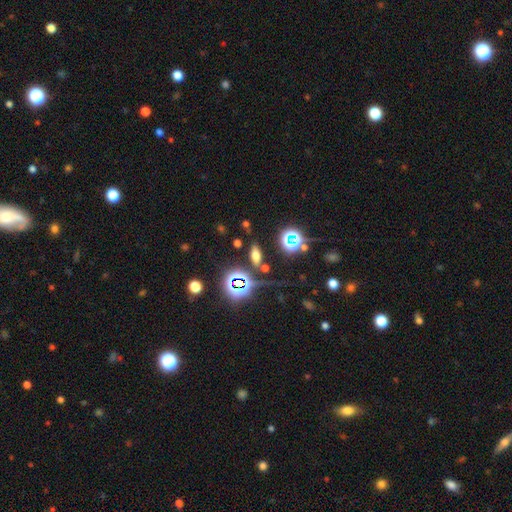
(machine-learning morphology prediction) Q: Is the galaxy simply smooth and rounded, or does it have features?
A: smooth — 50%.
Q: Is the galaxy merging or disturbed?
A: none — 81%.